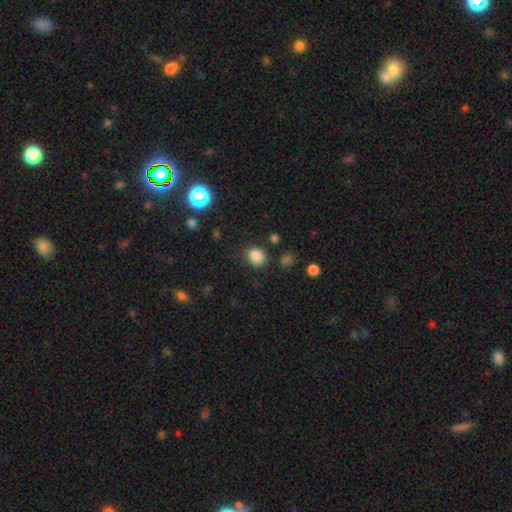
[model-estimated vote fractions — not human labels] Smooth or featured: smooth — 83% (star or artifact — 13%)
How rounded: round — 82% (in between — 17%)
Merging: none — 79% (minor disturbance — 13%)